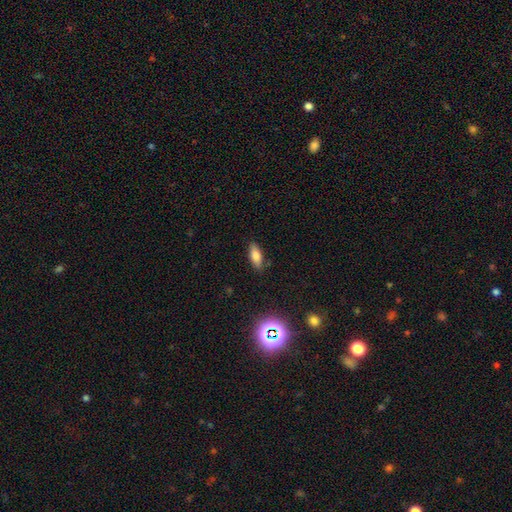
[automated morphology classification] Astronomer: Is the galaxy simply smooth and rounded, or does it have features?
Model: smooth — 77%.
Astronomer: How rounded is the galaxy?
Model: in between — 75%.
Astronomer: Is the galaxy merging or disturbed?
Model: none — 83%.